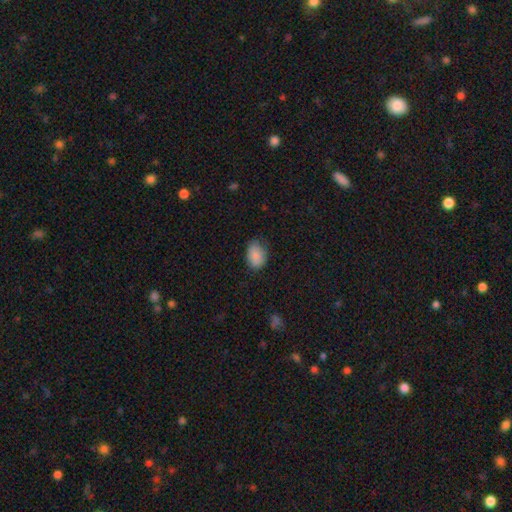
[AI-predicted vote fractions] A smooth galaxy with no disk features (88%) that is in between round and cigar-shaped (81%). Merging: none (71%).